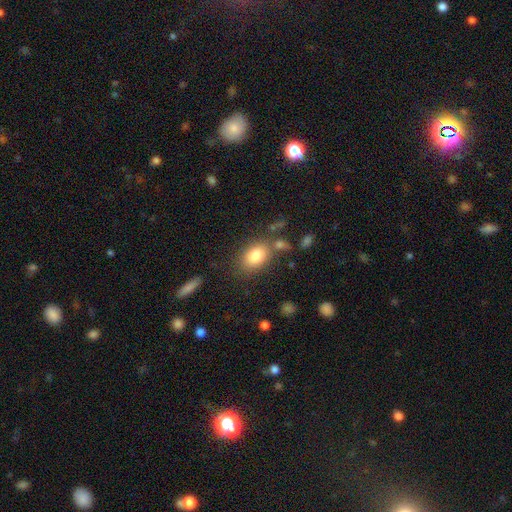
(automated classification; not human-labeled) Smooth or featured? smooth (83%)
How rounded? in between (82%)
Merging? none (70%)